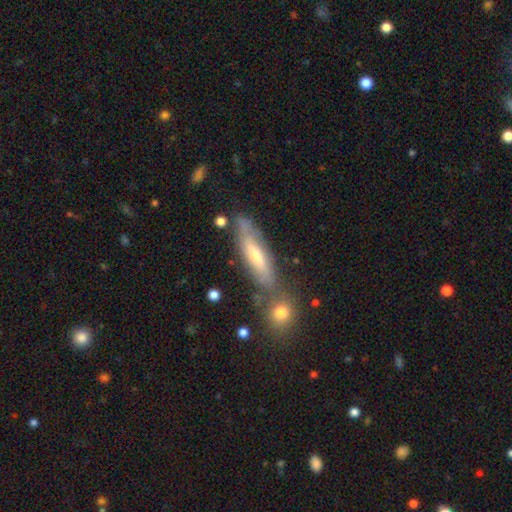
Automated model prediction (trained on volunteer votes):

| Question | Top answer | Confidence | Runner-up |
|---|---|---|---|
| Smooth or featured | featured or disk | 51% | smooth (42%) |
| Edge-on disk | yes | 52% | no (48%) |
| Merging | none | 63% | minor disturbance (18%) |